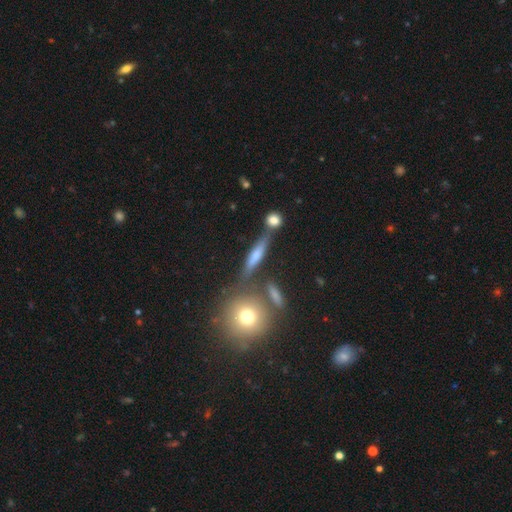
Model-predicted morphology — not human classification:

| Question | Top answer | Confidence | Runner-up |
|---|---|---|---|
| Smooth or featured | smooth | 56% | featured or disk (33%) |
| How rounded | cigar-shaped | 70% | in between (22%) |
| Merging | none | 67% | merger (14%) |